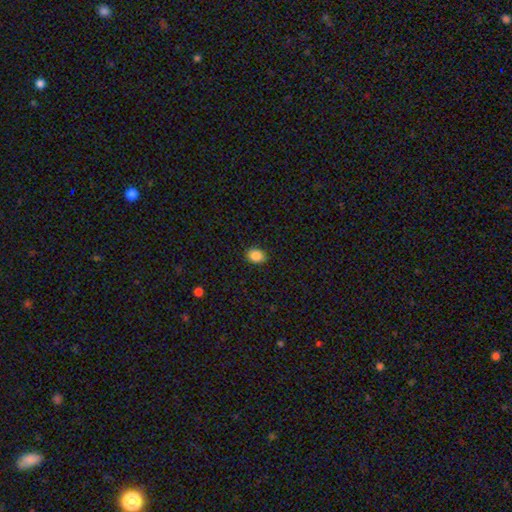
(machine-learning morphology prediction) This appears to be a smooth galaxy with no disk features (86%) that is in between round and cigar-shaped (55%). Merging: none (89%).